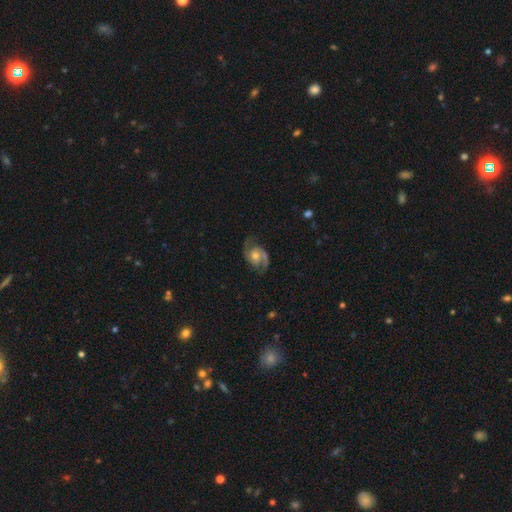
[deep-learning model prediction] This appears to be a featured or disk galaxy (86%) with no bar (69%), 2 (91%) medium (54%) spiral arms (97%) and a moderate central bulge (64%). Merging: none (75%).